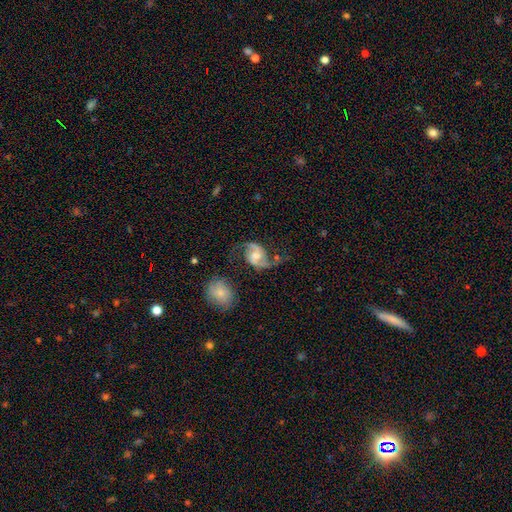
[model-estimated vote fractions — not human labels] smooth-or-featured: featured or disk: 88% | smooth: 7% | star or artifact: 5%
  disk-edge-on: no: 98% | yes: 2%
    bar: weak: 47% | no: 40% | strong: 13%
    has-spiral-arms: yes: 97% | no: 3%
      spiral-winding: loose: 49% | medium: 43% | tight: 9%
      spiral-arm-count: 2: 93% | can't tell: 2% | 1: 2% | 3: 1% | 4: 1% | more than 4: 1%
    bulge-size: moderate: 47% | small: 30% | none: 11% | large: 11% | dominant: 2%
  merging: none: 60% | minor disturbance: 18% | major disturbance: 13% | merger: 8%